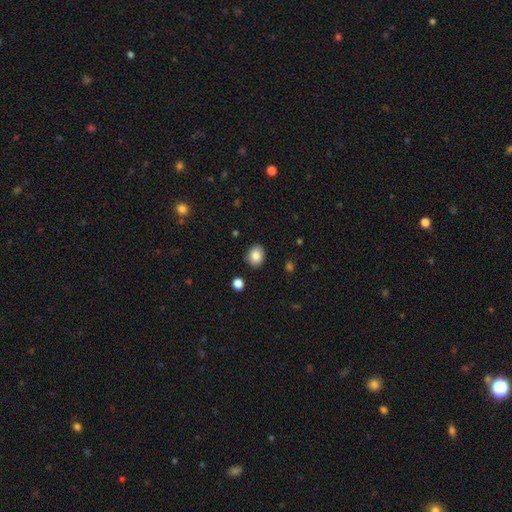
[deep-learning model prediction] Q: Smooth or featured?
A: smooth (85%); runner-up: star or artifact (9%)
Q: How rounded?
A: round (55%); runner-up: in between (44%)
Q: Merging?
A: none (87%); runner-up: minor disturbance (9%)